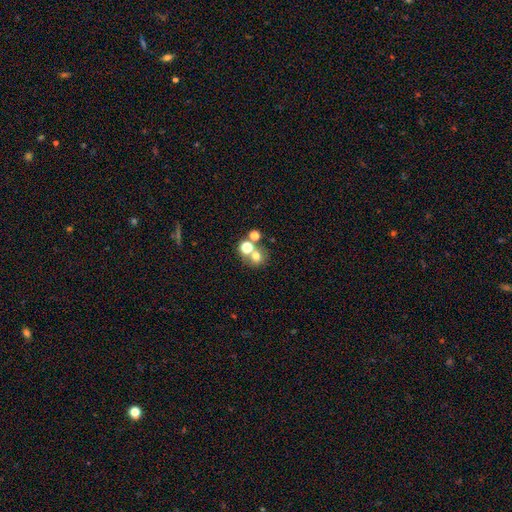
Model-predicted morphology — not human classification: A smooth galaxy with no disk features (67%) that is round (80%).

Vote fractions:
- Smooth or featured? smooth: 67% / star or artifact: 19% / featured or disk: 14%
- How rounded? round: 80% / in between: 19% / cigar-shaped: 1%
- Merging? none: 49% / merger: 40% / minor disturbance: 7% / major disturbance: 5%